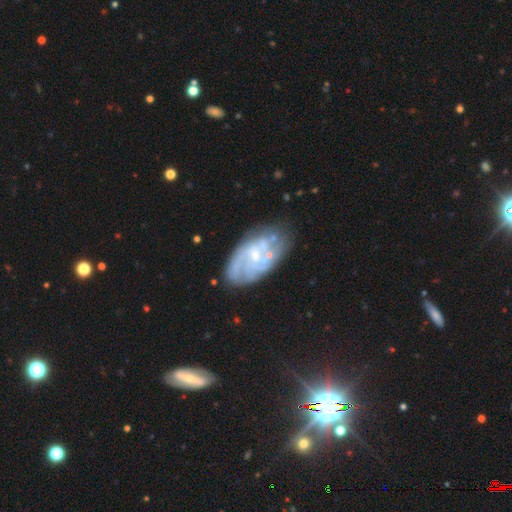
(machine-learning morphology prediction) This appears to be a featured or disk galaxy (74%) with no bar (64%), tight (47%) spiral arms (73%) and a small central bulge (65%). Merging: none (64%).